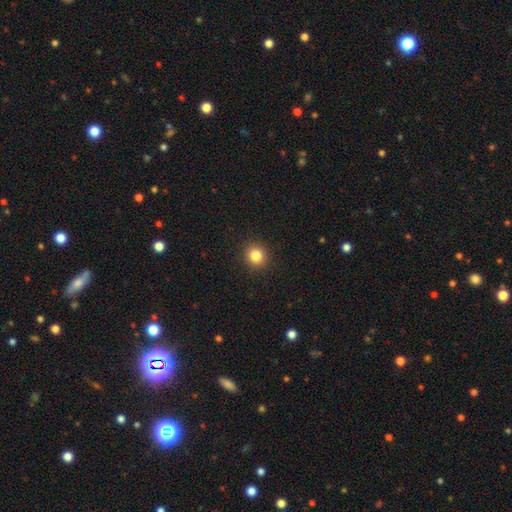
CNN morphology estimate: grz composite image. It shows a smooth galaxy with no disk features (84%) that is round (88%). Merging: none (92%).